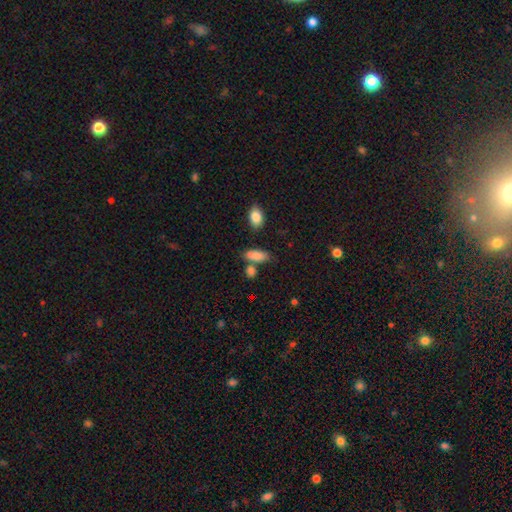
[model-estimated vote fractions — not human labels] Smooth or featured? smooth (85%)
How rounded? in between (74%)
Merging? none (63%)